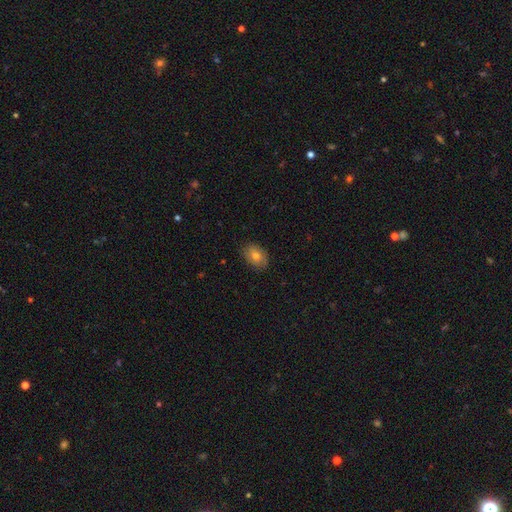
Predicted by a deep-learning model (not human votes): Morphology: type=smooth (71%); roundness=in between (73%); merging=none (84%).